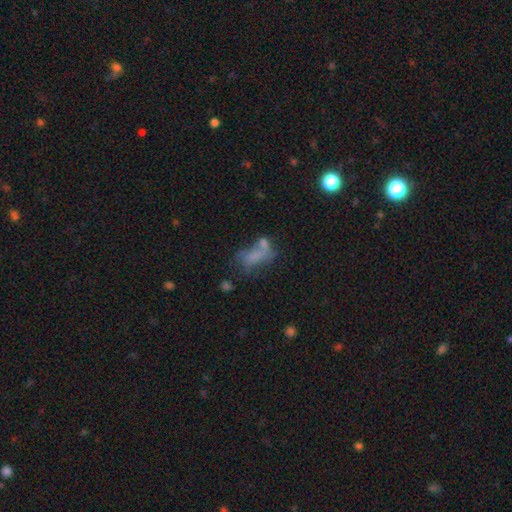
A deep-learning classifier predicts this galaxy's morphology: Overall: smooth (53%; featured or disk 29%). How rounded: in between (80%). Merging: merger (29%; none 27%).